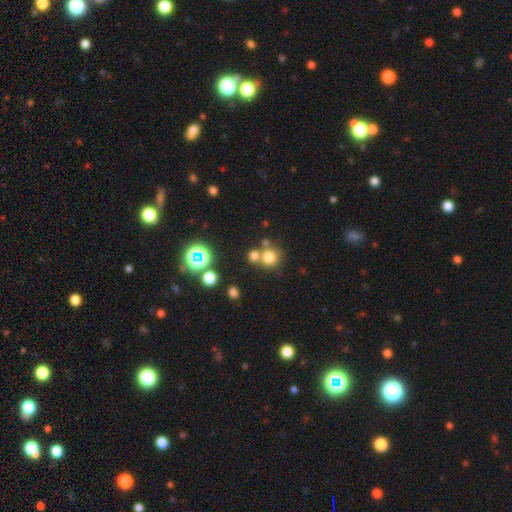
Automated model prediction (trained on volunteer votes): Smooth or featured? Predicted: smooth (p=0.67). How rounded? Predicted: round (p=0.90). Merging? Predicted: none (p=0.61).